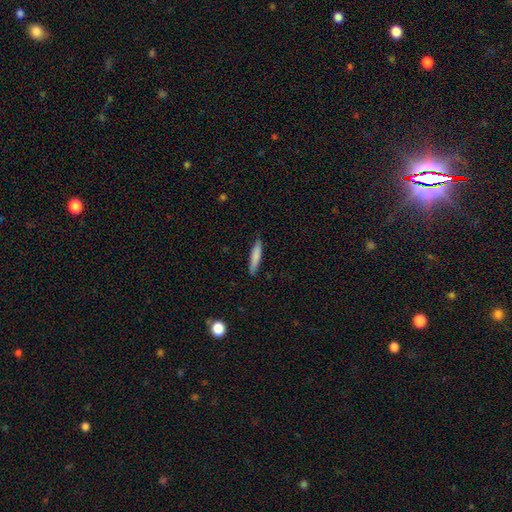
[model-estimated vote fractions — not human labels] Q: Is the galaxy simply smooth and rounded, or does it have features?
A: smooth — 80%.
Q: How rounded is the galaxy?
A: cigar-shaped — 88%.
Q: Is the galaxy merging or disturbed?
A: none — 86%.